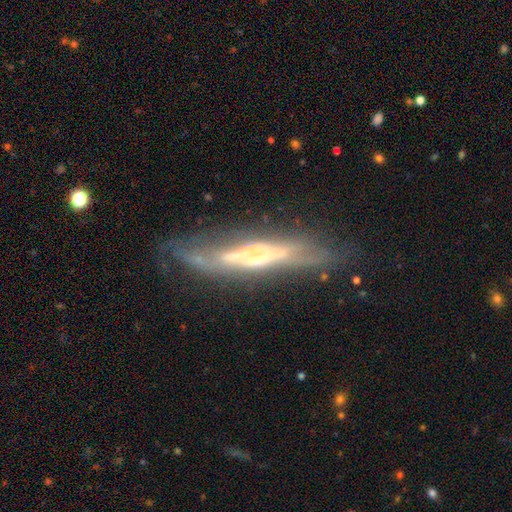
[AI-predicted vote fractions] Smooth or featured: featured or disk — 75% (smooth — 18%)
Edge-on disk: yes — 79% (no — 21%)
Edge-on bulge: rounded — 40% (none — 36%)
Merging: none — 62% (minor disturbance — 22%)